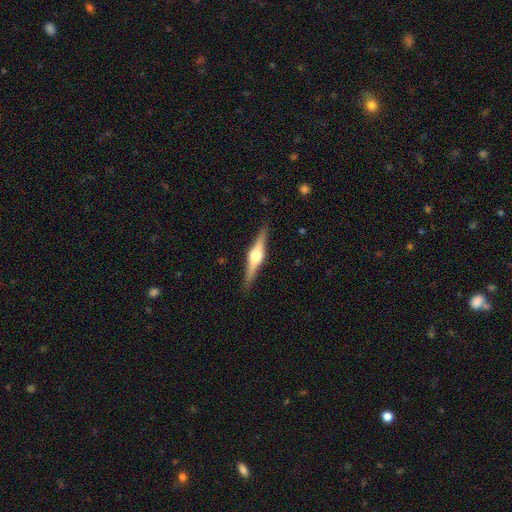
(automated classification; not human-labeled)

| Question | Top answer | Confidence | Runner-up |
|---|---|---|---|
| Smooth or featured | featured or disk | 77% | smooth (17%) |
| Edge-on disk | yes | 98% | no (2%) |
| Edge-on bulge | rounded | 93% | boxy (5%) |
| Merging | none | 90% | minor disturbance (7%) |